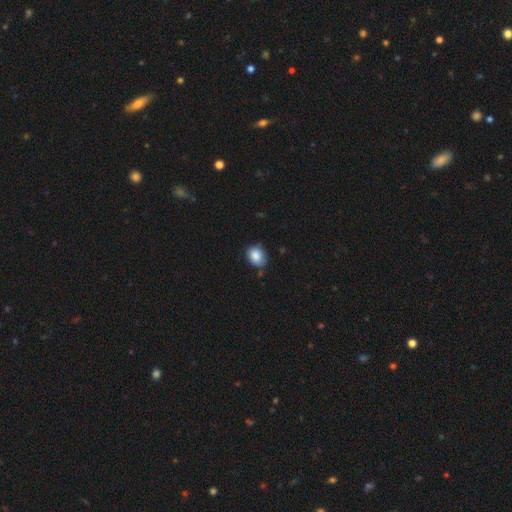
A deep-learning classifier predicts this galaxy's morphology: This appears to be a smooth galaxy with no disk features (85%) that is round (52%). Merging: none (68%).